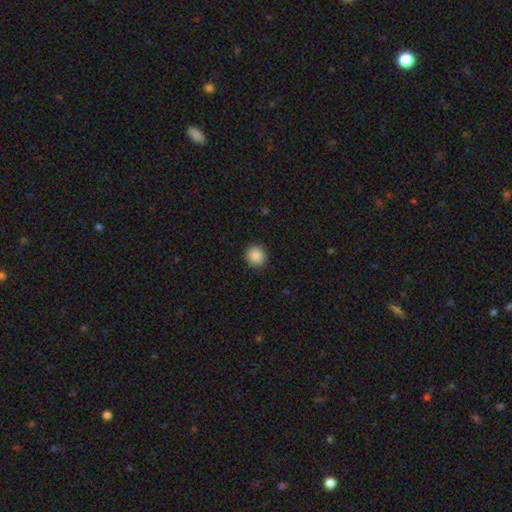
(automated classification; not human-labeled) smooth-or-featured: smooth: 88% | star or artifact: 8% | featured or disk: 3%
  how-rounded: round: 93% | in between: 6% | cigar-shaped: 1%
  merging: none: 91% | minor disturbance: 6% | major disturbance: 2% | merger: 1%